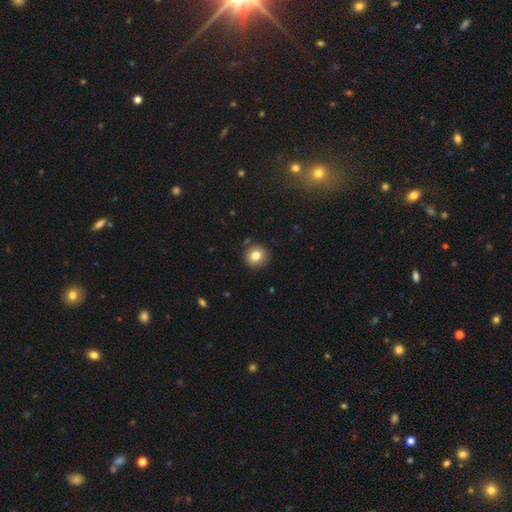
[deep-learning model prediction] The model was most divided on "smooth or featured": smooth: 81%, star or artifact: 10%, featured or disk: 9%. More confident: how rounded — round (90%); merging — none (88%).